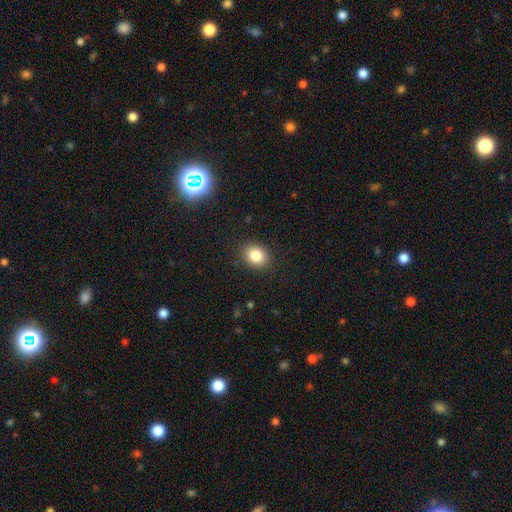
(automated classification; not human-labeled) smooth_or_featured: smooth (p=0.83) [alt: star or artifact p=0.10]
how_rounded: round (p=0.50) [alt: in between p=0.49]
merging: none (p=0.88) [alt: minor disturbance p=0.08]